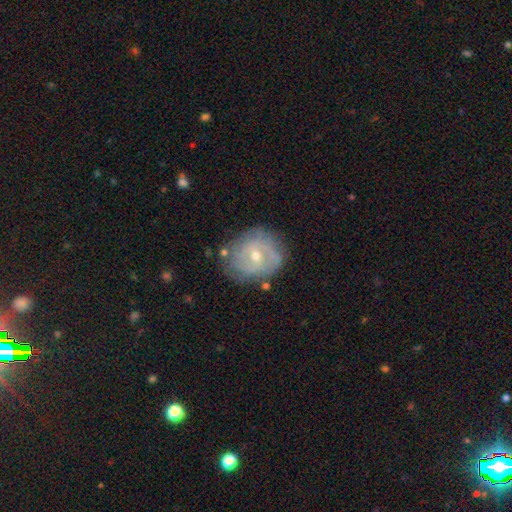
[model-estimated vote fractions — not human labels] Smooth or featured? Predicted: featured or disk (p=0.70). Edge-on disk? Predicted: no (p=0.97). Bar? Predicted: no (p=0.56). Spiral arms? Predicted: yes (p=0.78). Spiral winding? Predicted: tight (p=0.54). Spiral arm count? Predicted: 2 (p=0.40). Bulge size? Predicted: small (p=0.51). Merging? Predicted: none (p=0.68).